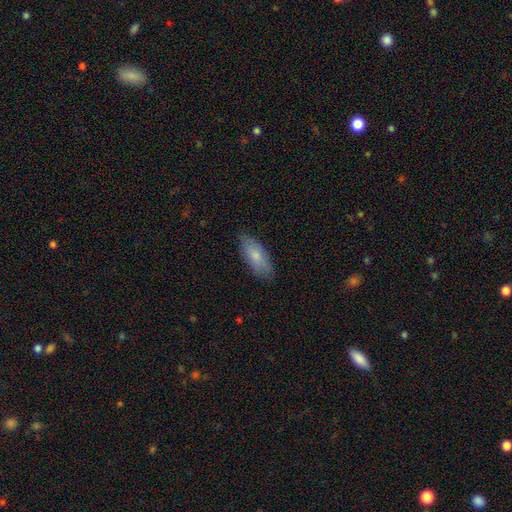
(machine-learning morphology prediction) smooth 78%, featured or disk 16%, star or artifact 6%. Down the decision tree: how rounded — in between (81%); merging — none (83%).